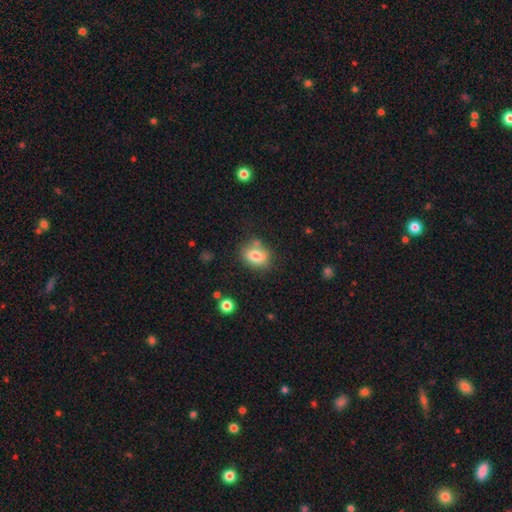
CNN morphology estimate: smooth_or_featured: smooth (p=0.77) [alt: featured or disk p=0.13]
how_rounded: in between (p=0.55) [alt: round p=0.43]
merging: none (p=0.67) [alt: minor disturbance p=0.18]